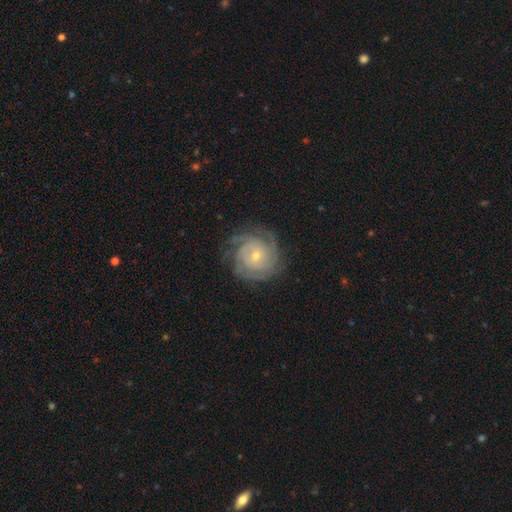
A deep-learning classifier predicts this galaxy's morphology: This is clearly a featured or disk galaxy (84%). It is clearly not viewed edge-on (97%). Bar: likely no (75%). Spiral arm pattern: clearly yes (96%). Spiral arm count: marginally can't tell (27%). Spiral winding: likely tight (77%). Central bulge: likely small (66%). Merging: likely none (78%).